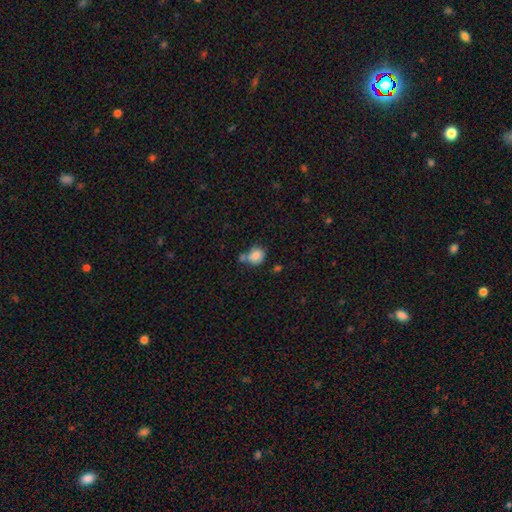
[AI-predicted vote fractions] Smooth or featured? Predicted: smooth (p=0.83). How rounded? Predicted: round (p=0.69). Merging? Predicted: none (p=0.45).